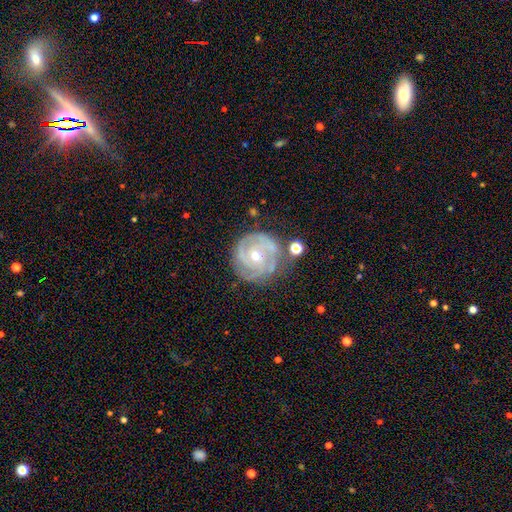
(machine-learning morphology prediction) A featured or disk galaxy (85%) with no bar (72%), 3 (41%) tight (73%) spiral arms (95%) and a moderate central bulge (64%).

Vote fractions:
- Smooth or featured? featured or disk: 85% / smooth: 9% / star or artifact: 6%
- Edge-on disk? no: 98% / yes: 2%
- Bar? no: 72% / weak: 22% / strong: 6%
- Spiral arms? yes: 95% / no: 5%
- Spiral winding? tight: 73% / medium: 23% / loose: 5%
- Spiral arm count? 3: 41% / can't tell: 20% / 2: 16% / 4: 11% / 1: 5% / more than 4: 5%
- Bulge size? moderate: 64% / small: 33% / large: 2% / none: 1% / dominant: 1%
- Merging? none: 73% / minor disturbance: 17% / major disturbance: 6% / merger: 3%